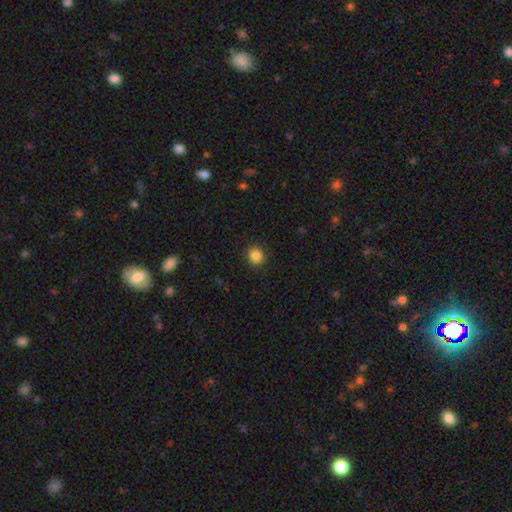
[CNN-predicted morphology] smooth_or_featured: smooth (p=0.85) [alt: star or artifact p=0.11]
how_rounded: round (p=0.86) [alt: in between p=0.13]
merging: none (p=0.91) [alt: minor disturbance p=0.06]